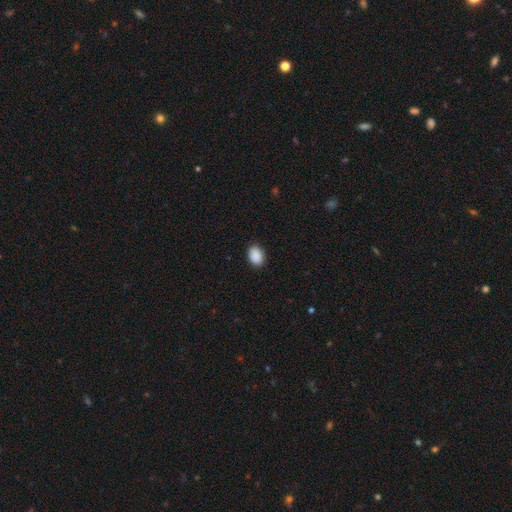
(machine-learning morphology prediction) A smooth galaxy with no disk features (90%) that is in between round and cigar-shaped (79%).

Vote fractions:
- Smooth or featured? smooth: 90% / star or artifact: 7% / featured or disk: 2%
- How rounded? in between: 79% / round: 20% / cigar-shaped: 1%
- Merging? none: 88% / minor disturbance: 9% / major disturbance: 2% / merger: 1%